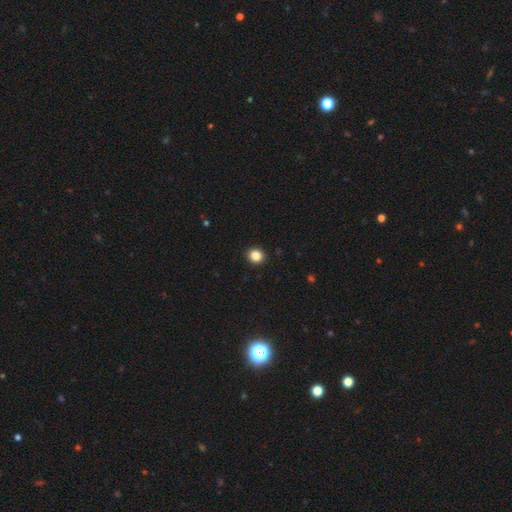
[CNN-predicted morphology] This appears to be a smooth galaxy with no disk features (86%) that is round (86%). Merging: none (93%).